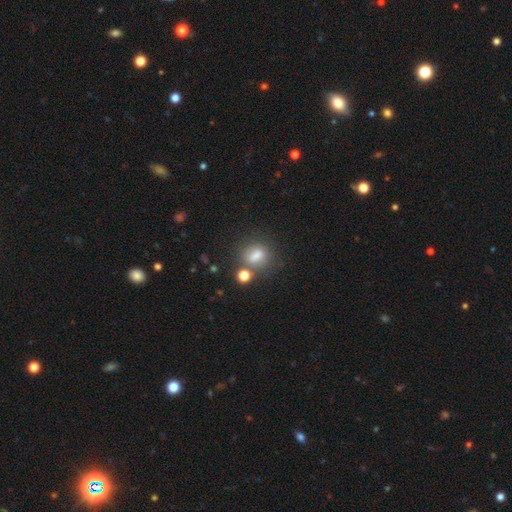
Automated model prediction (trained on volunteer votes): Morphology: type=smooth (74%); roundness=in between (52%); merging=none (60%).